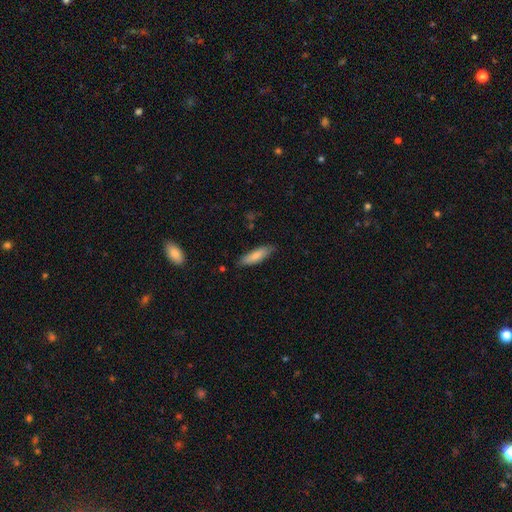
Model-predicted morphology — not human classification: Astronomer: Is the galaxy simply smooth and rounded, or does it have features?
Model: smooth — 79%.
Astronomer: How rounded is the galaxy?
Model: cigar-shaped — 57% (runner-up: in between, 41%).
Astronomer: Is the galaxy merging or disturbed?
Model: none — 82%.